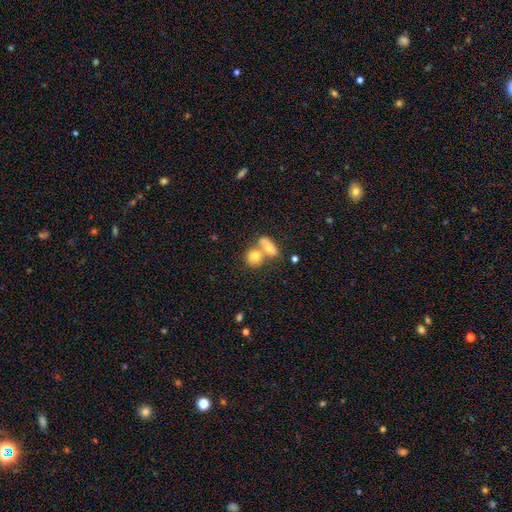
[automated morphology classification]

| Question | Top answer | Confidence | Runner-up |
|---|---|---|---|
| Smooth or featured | smooth | 69% | featured or disk (19%) |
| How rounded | round | 53% | in between (41%) |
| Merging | merger | 53% | none (35%) |